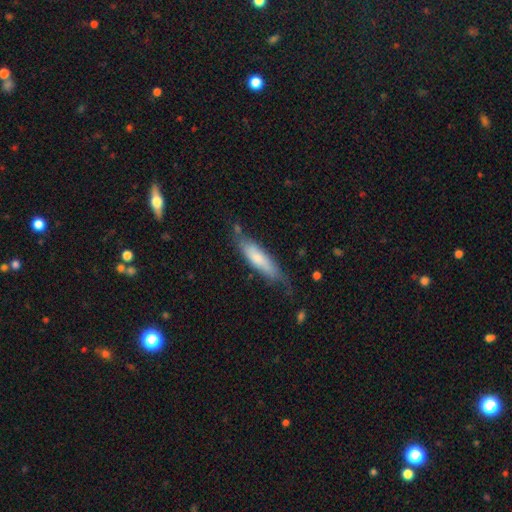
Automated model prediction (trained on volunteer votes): Smooth or featured? Predicted: smooth (p=0.62). How rounded? Predicted: cigar-shaped (p=0.76). Merging? Predicted: none (p=0.65).